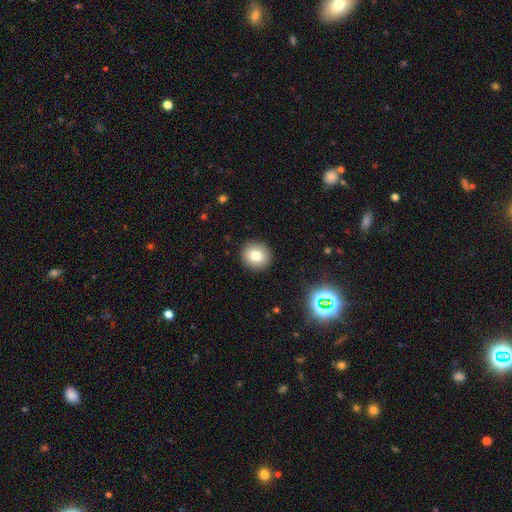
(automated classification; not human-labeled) Smooth or featured? Predicted: smooth (p=0.79). How rounded? Predicted: round (p=0.91). Merging? Predicted: none (p=0.91).